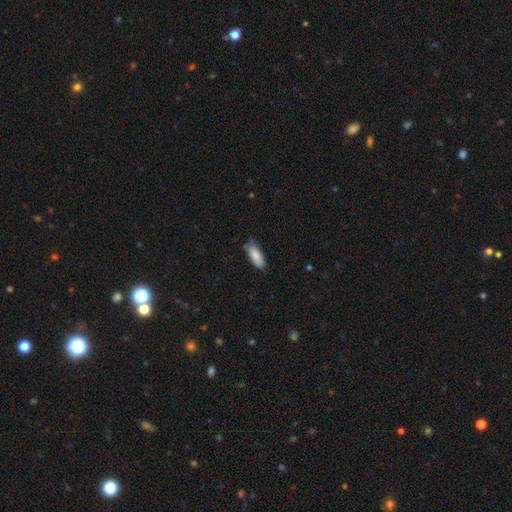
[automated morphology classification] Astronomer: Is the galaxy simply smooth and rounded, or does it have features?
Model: smooth — 86%.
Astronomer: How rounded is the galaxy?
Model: in between — 76%.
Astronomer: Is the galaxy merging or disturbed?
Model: none — 72%.